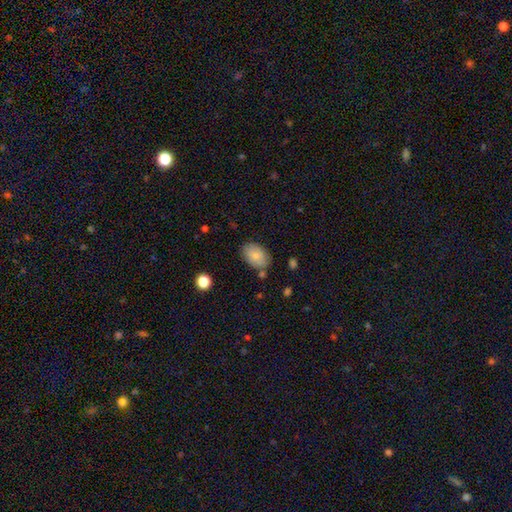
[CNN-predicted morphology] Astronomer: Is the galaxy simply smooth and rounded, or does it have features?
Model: smooth — 79%.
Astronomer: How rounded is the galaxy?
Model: in between — 87%.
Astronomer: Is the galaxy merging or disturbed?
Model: none — 77%.